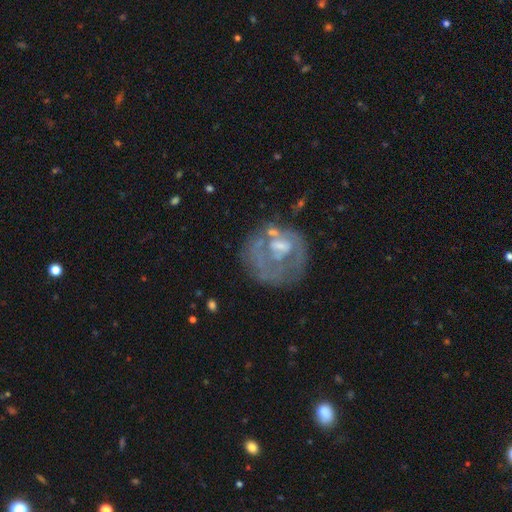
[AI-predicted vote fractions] Smooth or featured? Predicted: featured or disk (p=0.60). Edge-on disk? Predicted: no (p=0.96). Bar? Predicted: no (p=0.64). Spiral arms? Predicted: no (p=0.56). Bulge size? Predicted: moderate (p=0.43). Merging? Predicted: none (p=0.60).